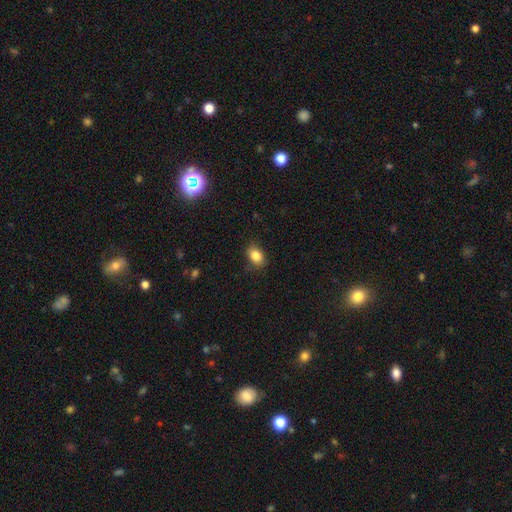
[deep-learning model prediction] smooth-or-featured: smooth: 84% | star or artifact: 10% | featured or disk: 6%
  how-rounded: in between: 75% | round: 24% | cigar-shaped: 1%
  merging: none: 82% | minor disturbance: 14% | major disturbance: 3% | merger: 1%